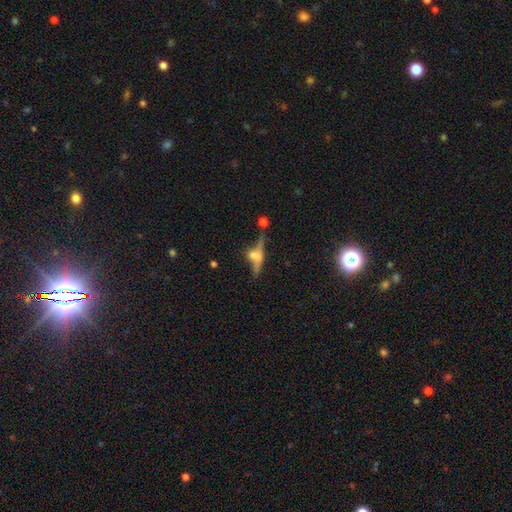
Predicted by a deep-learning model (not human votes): Q: Smooth or featured?
A: featured or disk (55%); runner-up: smooth (31%)
Q: Edge-on disk?
A: yes (81%); runner-up: no (19%)
Q: Merging?
A: none (52%); runner-up: merger (19%)